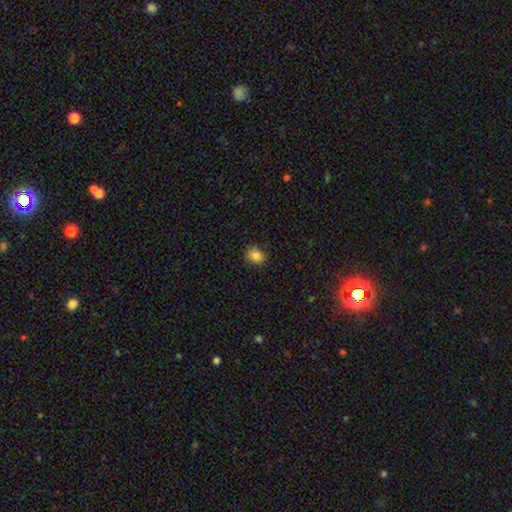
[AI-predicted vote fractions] Smooth or featured? smooth (84%)
How rounded? in between (50%)
Merging? none (85%)